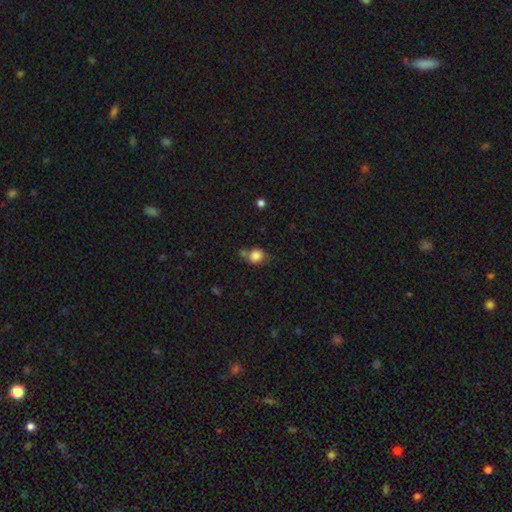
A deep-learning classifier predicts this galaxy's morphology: The model was most divided on "merging": none: 57%, merger: 19%, minor disturbance: 18%, major disturbance: 6%. More confident: smooth or featured — smooth (84%); how rounded — round (70%).